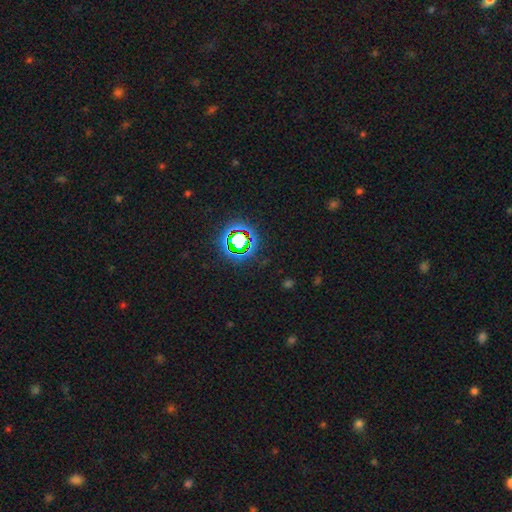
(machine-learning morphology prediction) A star or artifact, not a galaxy (78%).